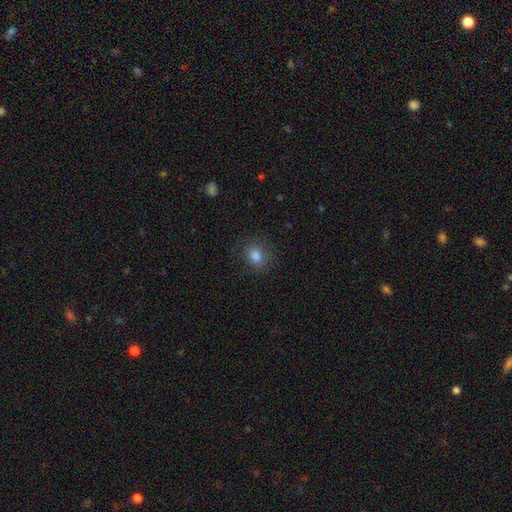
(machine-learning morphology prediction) Smooth or featured: smooth — 84% (star or artifact — 11%)
How rounded: round — 56% (in between — 42%)
Merging: none — 85% (minor disturbance — 10%)